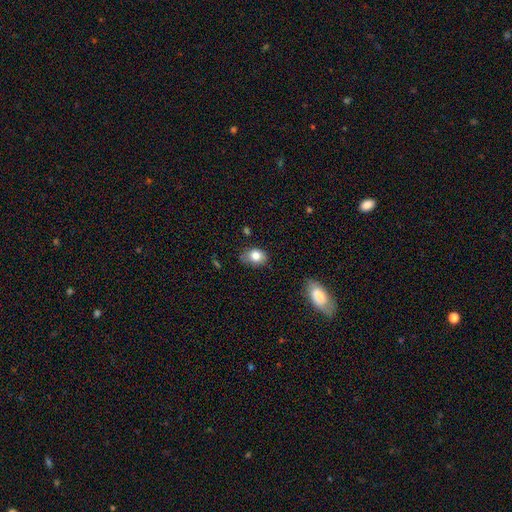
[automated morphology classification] smooth_or_featured: smooth (p=0.81) [alt: featured or disk p=0.10]
how_rounded: in between (p=0.66) [alt: round p=0.33]
merging: none (p=0.59) [alt: minor disturbance p=0.32]